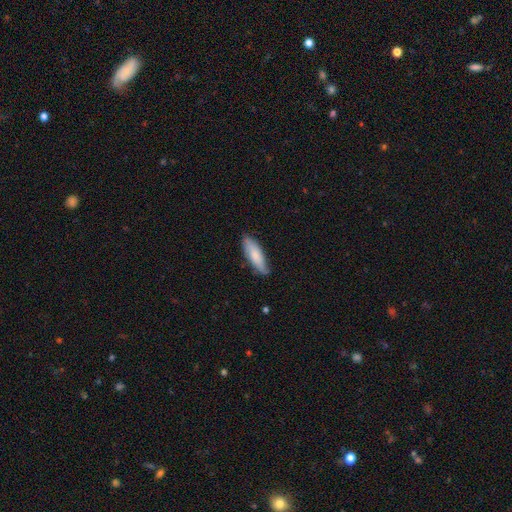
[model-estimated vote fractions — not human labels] A smooth galaxy with no disk features (75%) that is in between round and cigar-shaped (49%, tied with cigar-shaped).

Vote fractions:
- Smooth or featured? smooth: 75% / featured or disk: 19% / star or artifact: 5%
- How rounded? in between: 49% (tied) / cigar-shaped: 49% (tied) / round: 2%
- Merging? none: 77% / minor disturbance: 19% / major disturbance: 3% / merger: 1%